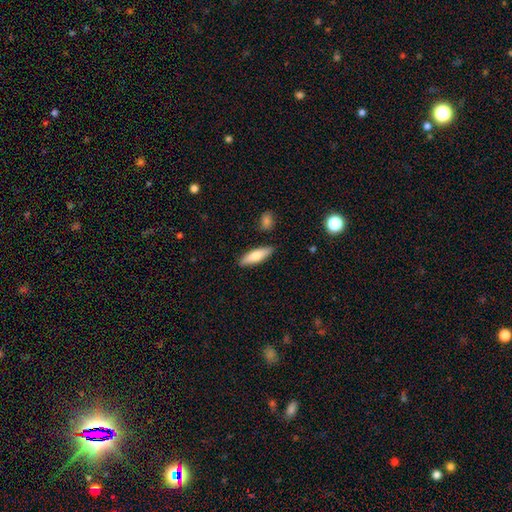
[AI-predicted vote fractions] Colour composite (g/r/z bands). It shows a smooth galaxy with no disk features (75%) that is cigar-shaped (52%). Merging: none (87%).